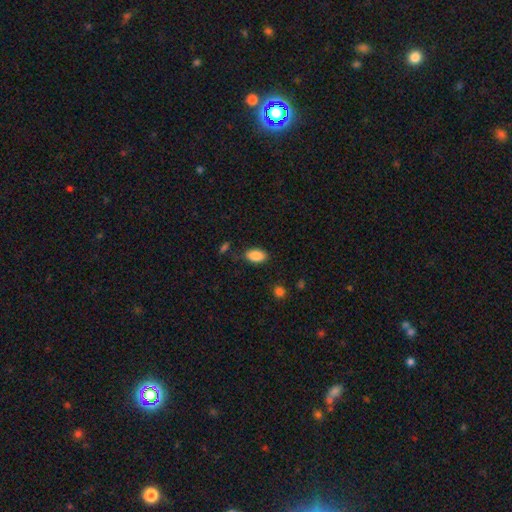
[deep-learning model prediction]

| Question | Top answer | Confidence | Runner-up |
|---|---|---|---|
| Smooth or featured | smooth | 88% | star or artifact (7%) |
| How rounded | in between | 93% | round (5%) |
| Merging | none | 81% | minor disturbance (14%) |